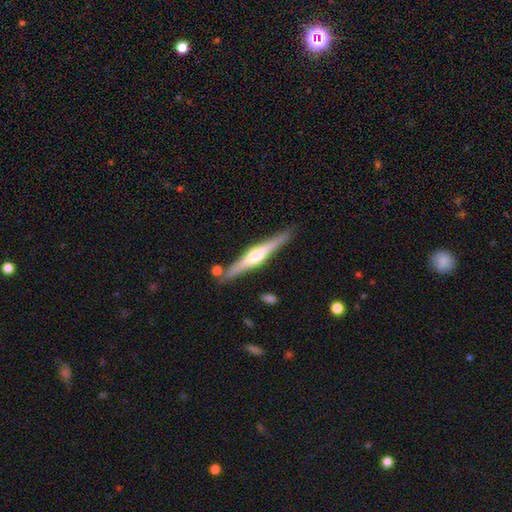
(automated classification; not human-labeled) featured or disk 75%, smooth 20%, star or artifact 5%. Down the decision tree: edge-on disk — yes (98%); edge-on bulge — rounded (87%); merging — none (85%).